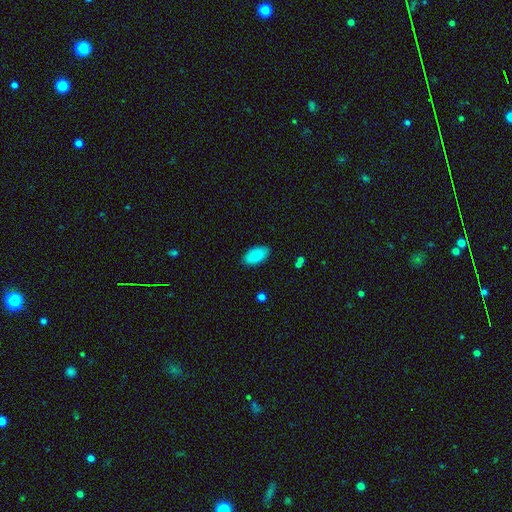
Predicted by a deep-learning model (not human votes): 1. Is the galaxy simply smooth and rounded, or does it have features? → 90% smooth, 7% star or artifact, 4% featured or disk.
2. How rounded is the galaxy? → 94% in between, 3% cigar-shaped, 3% round.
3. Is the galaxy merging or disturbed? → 86% none, 10% minor disturbance, 2% major disturbance, 1% merger.